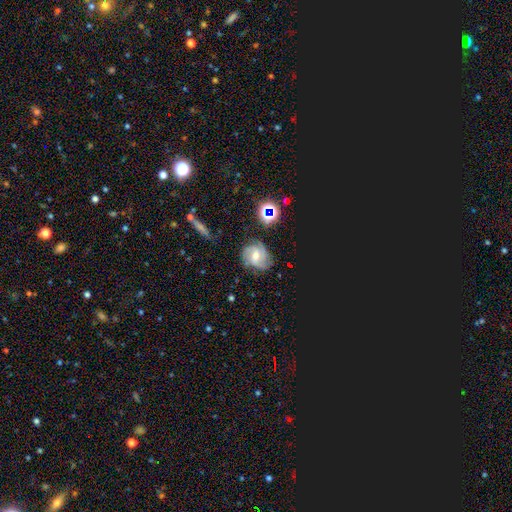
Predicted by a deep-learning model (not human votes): Morphology: type=featured or disk (74%); edge-on=no (97%); bar=no (47%); spiral arms=yes (95%); winding=tight (51%); arm count=3 (37%); bulge=moderate (57%); merging=none (72%).